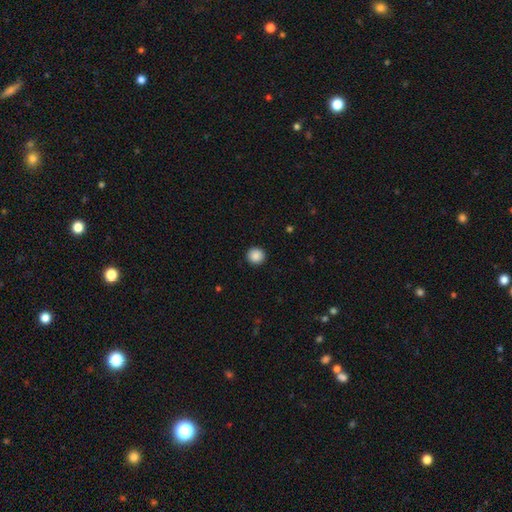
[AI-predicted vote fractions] A smooth galaxy with no disk features (88%) that is round (94%). Merging: none (93%).